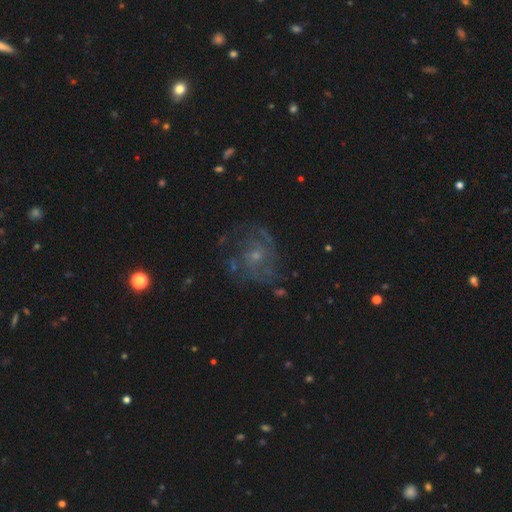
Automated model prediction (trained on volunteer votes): Overall: featured or disk (73%). Edge-on disk: no (98%). Bar: no (75%). Spiral arms: yes (88%). Spiral arm count: can't tell (32%; 2 31%). Spiral winding: medium (46%; tight 35%). Bulge size: small (66%; moderate 26%). Merging: none (66%).